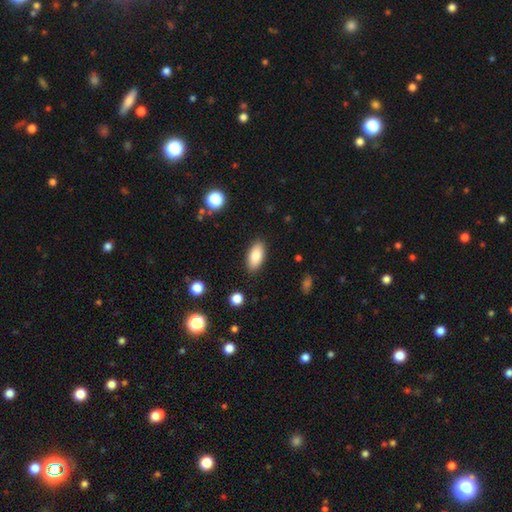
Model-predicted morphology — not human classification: smooth-or-featured: smooth: 82% | featured or disk: 11% | star or artifact: 7%
  how-rounded: in between: 89% | cigar-shaped: 8% | round: 3%
  merging: none: 88% | minor disturbance: 9% | major disturbance: 2% | merger: 1%